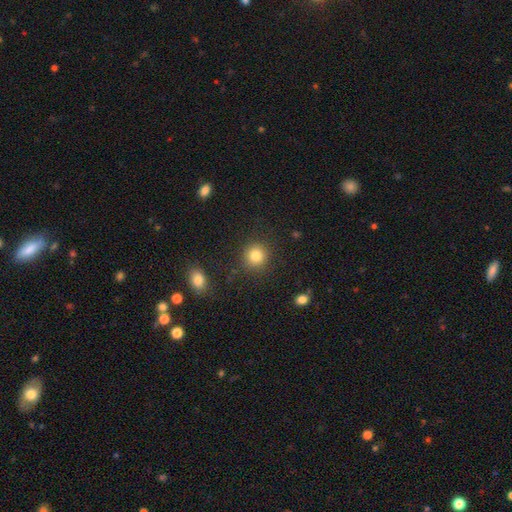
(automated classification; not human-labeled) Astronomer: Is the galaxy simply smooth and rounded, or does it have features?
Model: smooth — 84%.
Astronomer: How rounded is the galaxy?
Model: round — 90%.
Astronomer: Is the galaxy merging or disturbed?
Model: none — 87%.